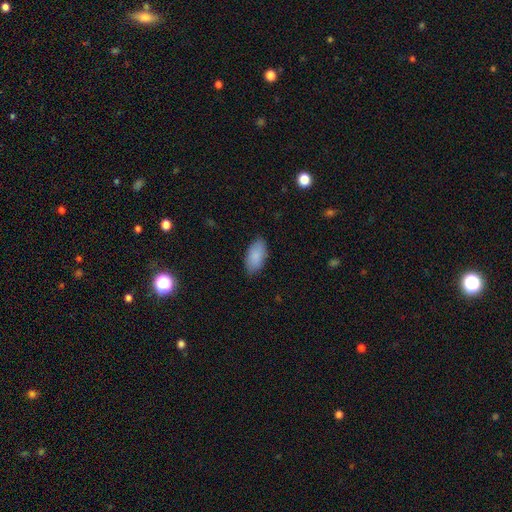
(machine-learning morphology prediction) smooth_or_featured: smooth (p=0.88) [alt: star or artifact p=0.06]
how_rounded: in between (p=0.95) [alt: cigar-shaped p=0.03]
merging: none (p=0.84) [alt: minor disturbance p=0.12]